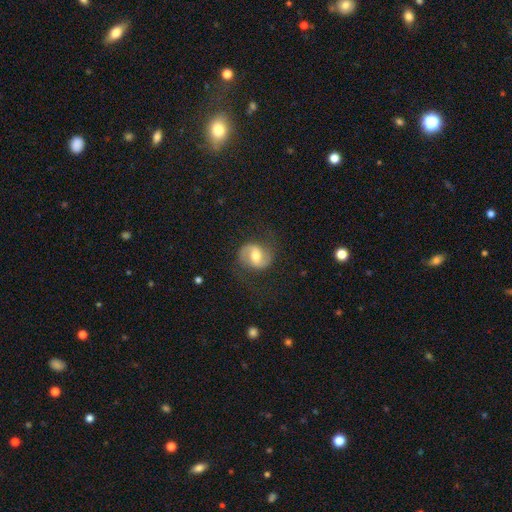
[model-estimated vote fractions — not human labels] A featured or disk galaxy (73%) with a weak bar (48%), 2 (92%) medium (47%) spiral arms (91%) and a moderate central bulge (70%). Merging: none (75%).